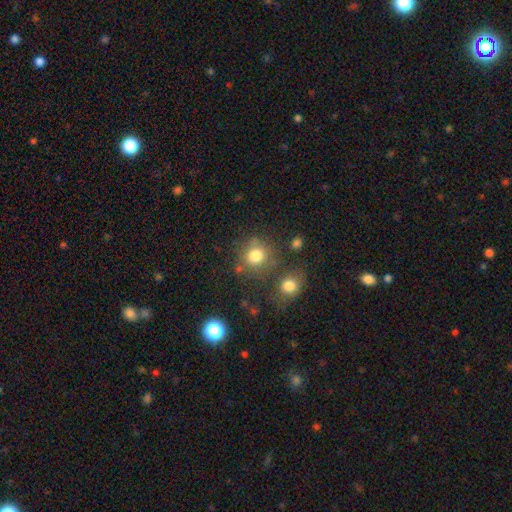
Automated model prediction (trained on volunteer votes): smooth-or-featured: smooth: 78% | star or artifact: 14% | featured or disk: 8%
  how-rounded: round: 87% | in between: 12% | cigar-shaped: 1%
  merging: none: 69% | merger: 14% | minor disturbance: 12% | major disturbance: 5%